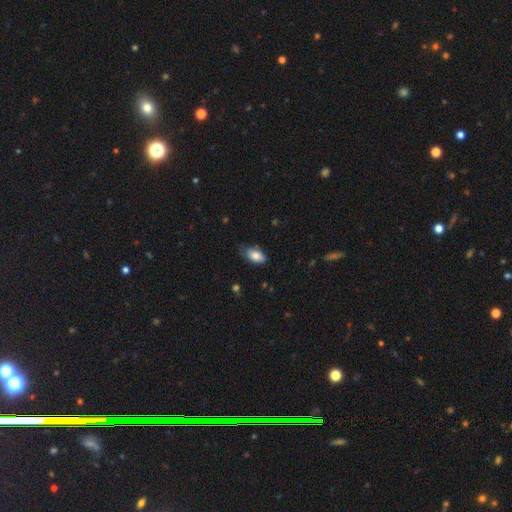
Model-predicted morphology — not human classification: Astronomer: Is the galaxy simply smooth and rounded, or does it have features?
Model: smooth — 83%.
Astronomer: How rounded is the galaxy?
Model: in between — 92%.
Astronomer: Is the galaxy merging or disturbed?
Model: none — 66%.